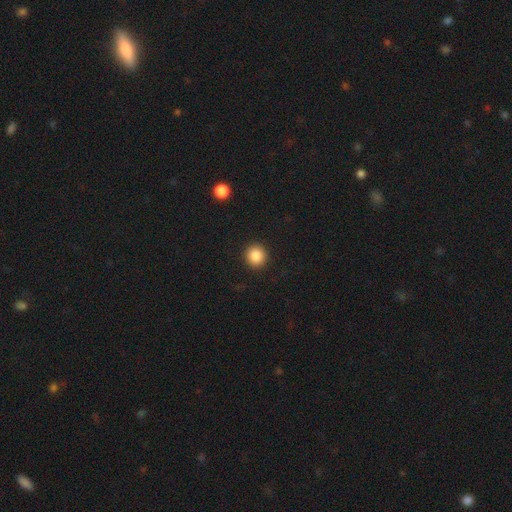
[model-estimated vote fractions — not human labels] smooth 87%, star or artifact 10%, featured or disk 4%. Down the decision tree: how rounded — round (93%); merging — none (92%).